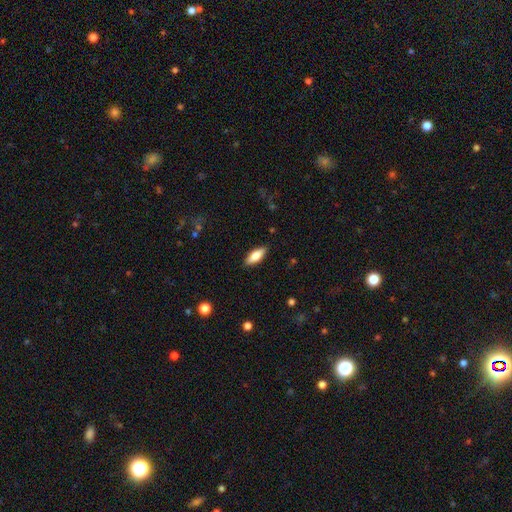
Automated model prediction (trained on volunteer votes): This appears to be a smooth galaxy with no disk features (70%) that is in between round and cigar-shaped (67%). Merging: none (87%).